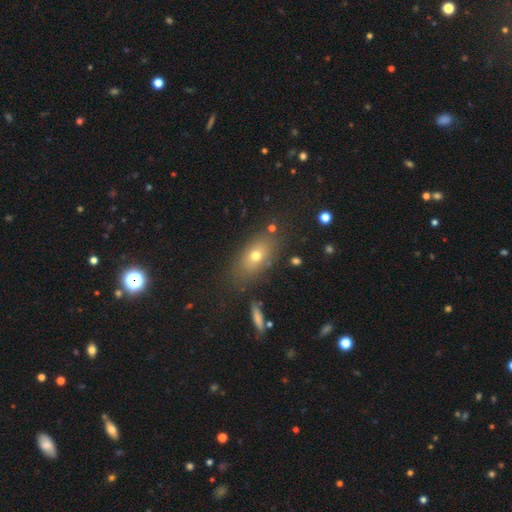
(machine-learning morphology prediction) Smooth or featured: smooth — 69% (featured or disk — 19%)
How rounded: in between — 78% (round — 15%)
Merging: none — 76% (minor disturbance — 13%)